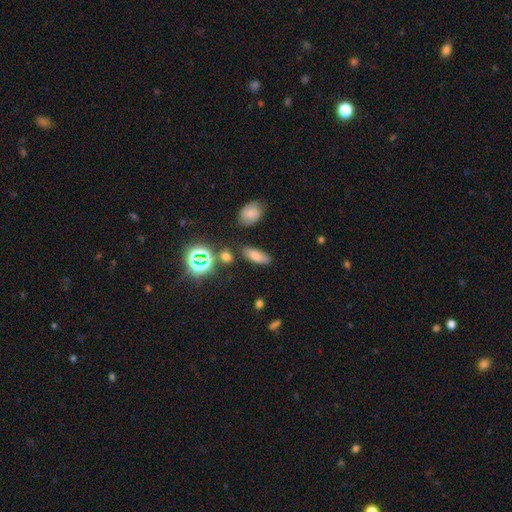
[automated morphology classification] Smooth or featured? Predicted: smooth (p=0.70). How rounded? Predicted: in between (p=0.73). Merging? Predicted: none (p=0.78).